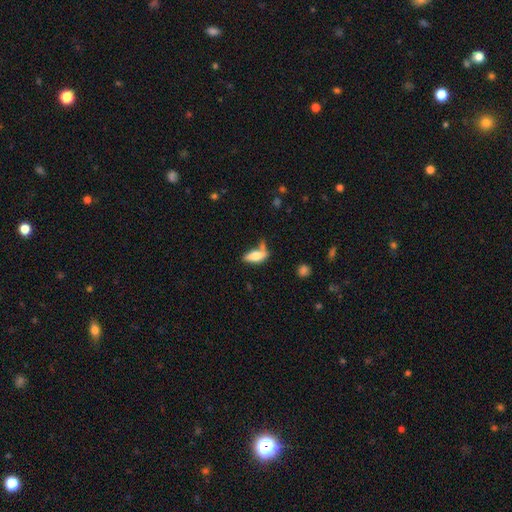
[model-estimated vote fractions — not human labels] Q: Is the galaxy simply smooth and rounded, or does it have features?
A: smooth — 68%.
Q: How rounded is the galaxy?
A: in between — 72%.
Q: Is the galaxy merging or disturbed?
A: none — 50%.